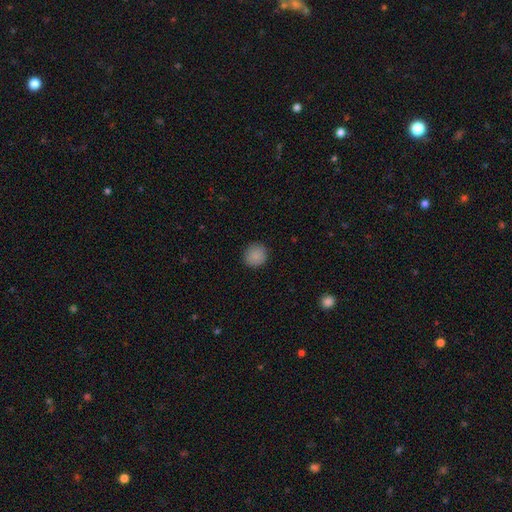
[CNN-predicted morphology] The model was most divided on "smooth or featured": smooth: 88%, star or artifact: 9%, featured or disk: 4%. More confident: how rounded — round (89%); merging — none (89%).